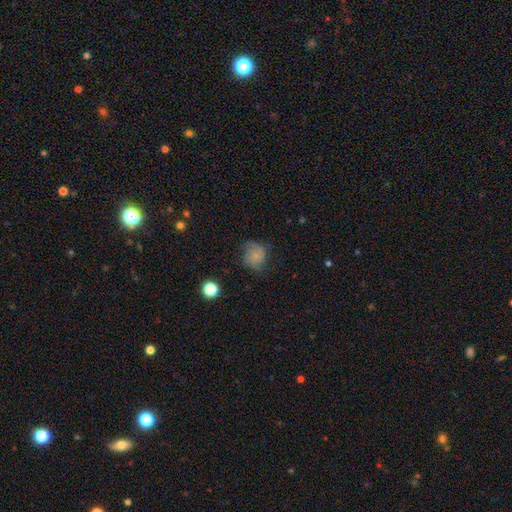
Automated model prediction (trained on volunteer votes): Q: Smooth or featured?
A: smooth (63%); runner-up: featured or disk (25%)
Q: How rounded?
A: round (76%); runner-up: in between (23%)
Q: Merging?
A: none (59%); runner-up: minor disturbance (28%)